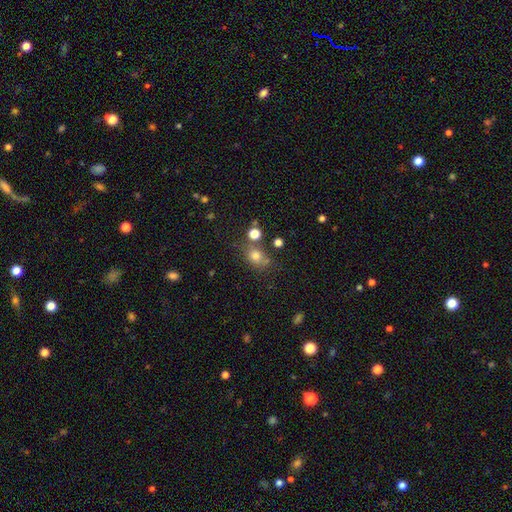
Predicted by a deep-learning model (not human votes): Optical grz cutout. It shows a smooth galaxy with no disk features (74%) that is round (55%). Merging: none (63%).